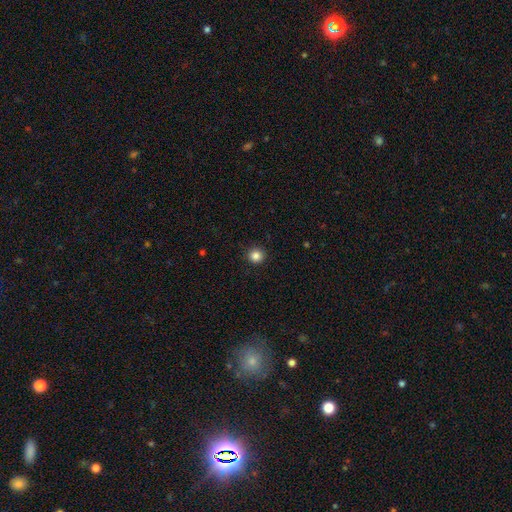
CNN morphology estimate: type=smooth (85%); roundness=round (94%); merging=none (92%).